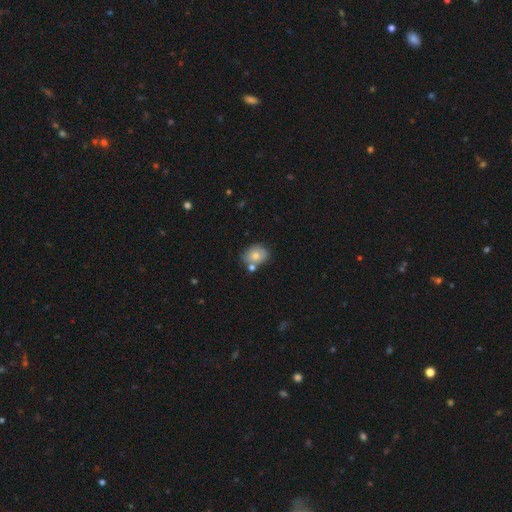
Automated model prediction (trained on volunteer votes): A smooth galaxy with no disk features (74%) that is in between round and cigar-shaped (52%).

Vote fractions:
- Smooth or featured? smooth: 74% / featured or disk: 17% / star or artifact: 9%
- How rounded? in between: 52% / round: 47% / cigar-shaped: 1%
- Merging? none: 64% / merger: 18% / minor disturbance: 15% / major disturbance: 3%